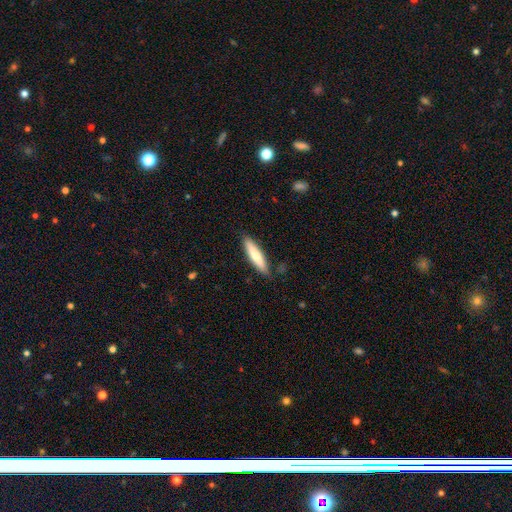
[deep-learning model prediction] Smooth or featured? smooth (67%)
How rounded? cigar-shaped (77%)
Merging? none (85%)